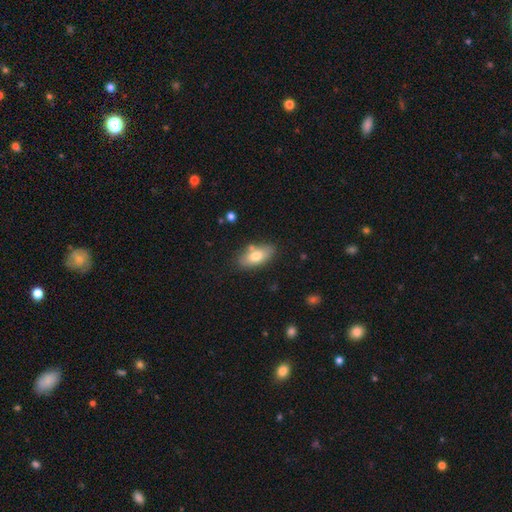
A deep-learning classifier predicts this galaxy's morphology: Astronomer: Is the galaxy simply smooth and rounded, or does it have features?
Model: smooth — 74%.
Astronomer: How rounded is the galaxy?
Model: in between — 89%.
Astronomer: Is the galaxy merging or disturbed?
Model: none — 76%.